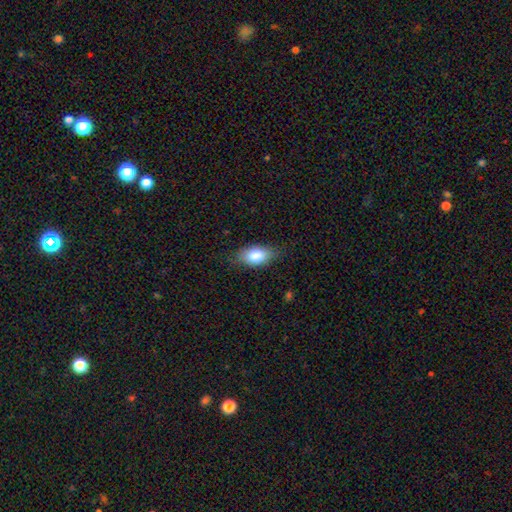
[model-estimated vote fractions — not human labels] Q: Smooth or featured?
A: smooth (84%); runner-up: featured or disk (9%)
Q: How rounded?
A: in between (90%); runner-up: round (5%)
Q: Merging?
A: none (77%); runner-up: minor disturbance (18%)